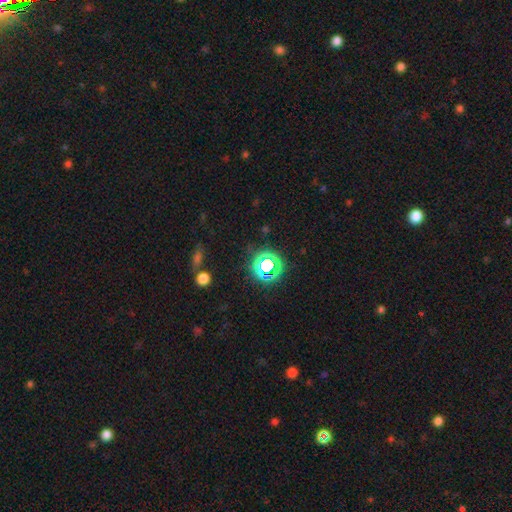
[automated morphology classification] Overall: star or artifact (61%; smooth 31%).